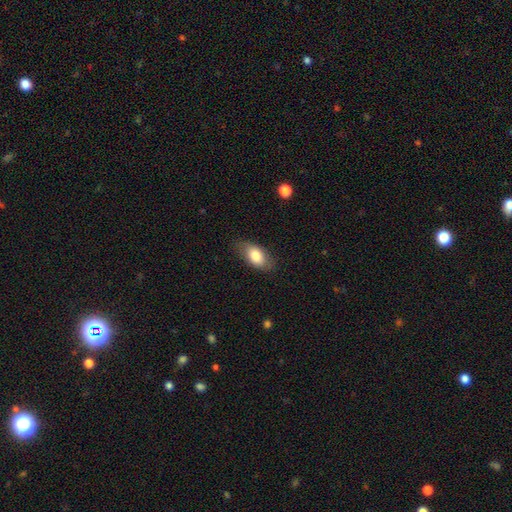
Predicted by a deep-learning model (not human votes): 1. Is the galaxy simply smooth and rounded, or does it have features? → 79% smooth, 15% featured or disk, 6% star or artifact.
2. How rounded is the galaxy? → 91% in between, 5% round, 4% cigar-shaped.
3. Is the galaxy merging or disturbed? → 77% none, 17% minor disturbance, 4% major disturbance, 1% merger.